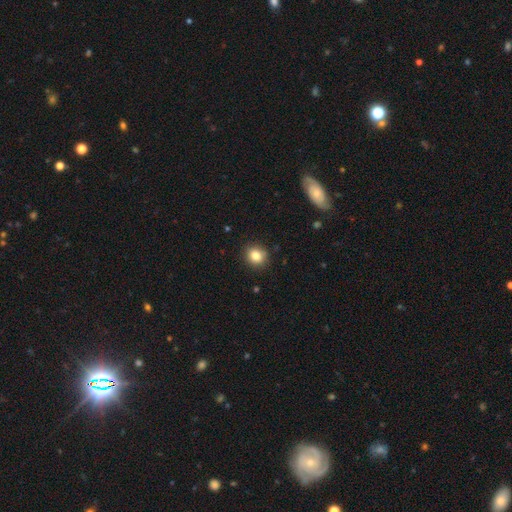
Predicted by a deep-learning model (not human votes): smooth_or_featured: smooth (p=0.83) [alt: star or artifact p=0.11]
how_rounded: round (p=0.77) [alt: in between p=0.22]
merging: none (p=0.89) [alt: minor disturbance p=0.08]